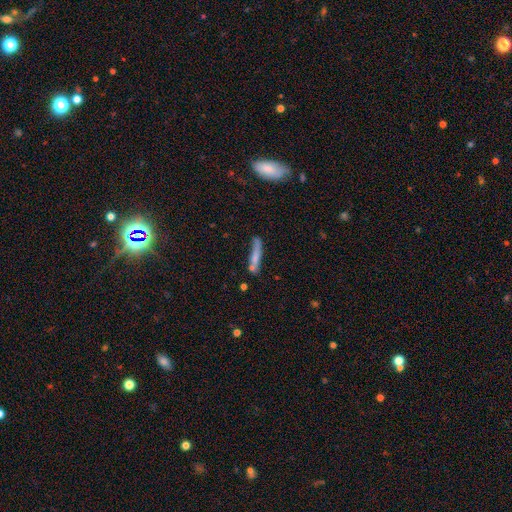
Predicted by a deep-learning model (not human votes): smooth-or-featured: smooth: 66% | featured or disk: 26% | star or artifact: 8%
  how-rounded: cigar-shaped: 89% | in between: 9% | round: 2%
  merging: none: 56% | minor disturbance: 22% | merger: 15% | major disturbance: 8%